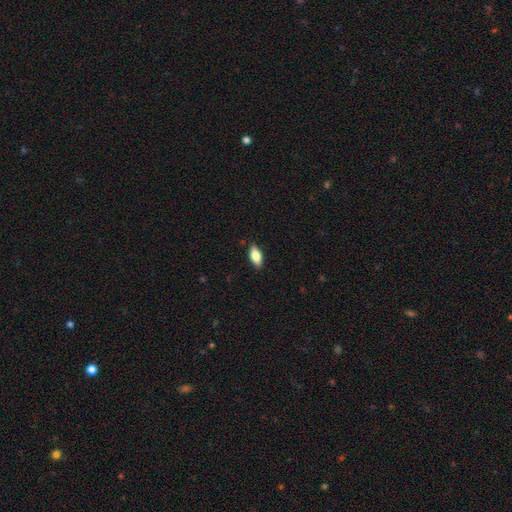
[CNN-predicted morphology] smooth_or_featured: smooth (p=0.78) [alt: featured or disk p=0.15]
how_rounded: in between (p=0.86) [alt: cigar-shaped p=0.11]
merging: none (p=0.86) [alt: minor disturbance p=0.11]